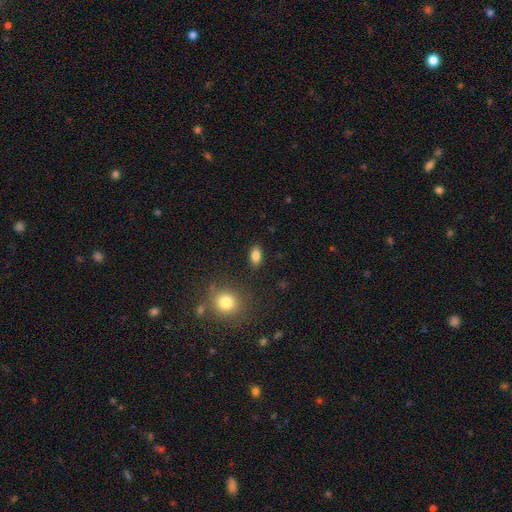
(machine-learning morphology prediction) The model was most divided on "smooth or featured": smooth: 85%, star or artifact: 10%, featured or disk: 6%. More confident: how rounded — in between (88%); merging — none (87%).